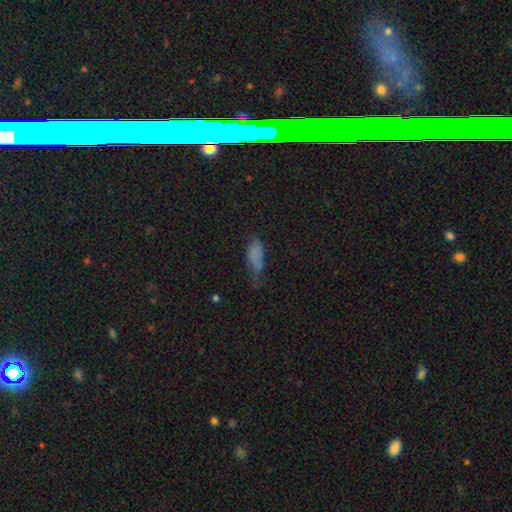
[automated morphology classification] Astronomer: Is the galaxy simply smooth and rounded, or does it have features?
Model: smooth — 72%.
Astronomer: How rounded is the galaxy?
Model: in between — 74%.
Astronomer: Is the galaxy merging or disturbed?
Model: minor disturbance — 35% (runner-up: none, 34%).